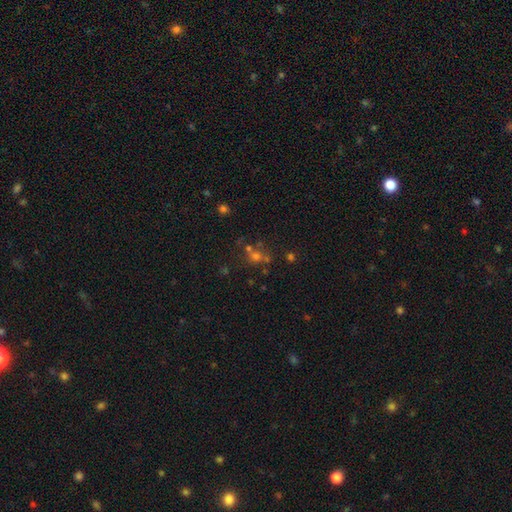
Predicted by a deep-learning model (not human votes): A smooth galaxy with no disk features (43%).

Vote fractions:
- Smooth or featured? smooth: 43% / star or artifact: 40% / featured or disk: 17%
- Merging? none: 53% / merger: 31% / minor disturbance: 10% / major disturbance: 6%